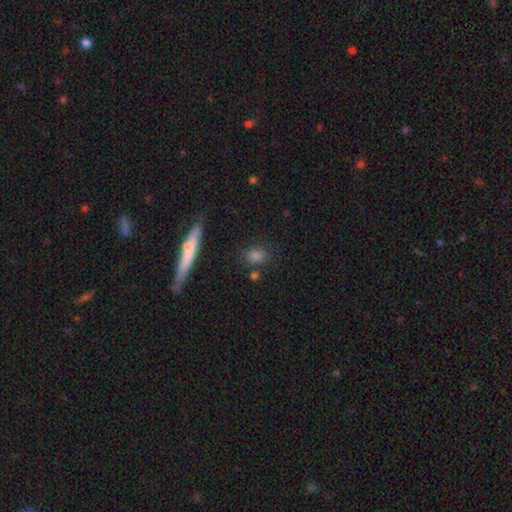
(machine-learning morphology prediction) Smooth or featured?
  - smooth: 76% *
  - featured or disk: 12%
  - star or artifact: 12%
How rounded?
  - in between: 60% *
  - round: 23%
  - cigar-shaped: 18%
Merging?
  - none: 79% *
  - minor disturbance: 12%
  - merger: 6%
  - major disturbance: 3%